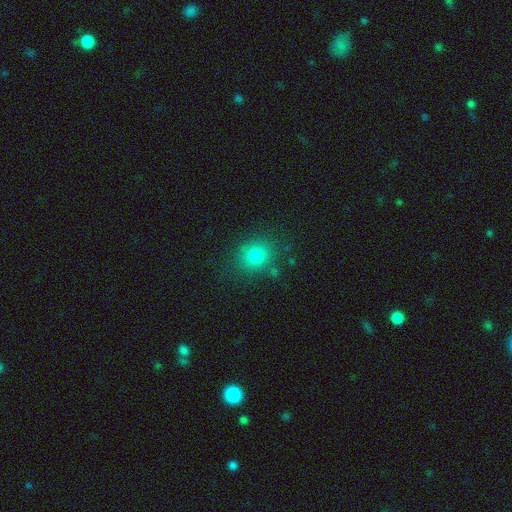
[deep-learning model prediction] Q: Smooth or featured?
A: smooth (79%); runner-up: star or artifact (13%)
Q: How rounded?
A: round (74%); runner-up: in between (25%)
Q: Merging?
A: none (80%); runner-up: minor disturbance (12%)